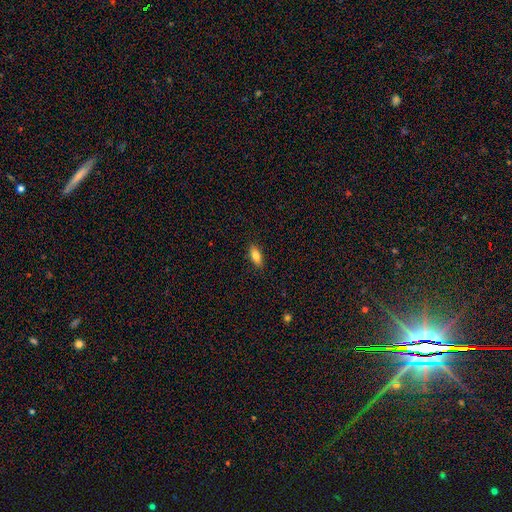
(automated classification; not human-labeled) A smooth galaxy with no disk features (80%) that is in between round and cigar-shaped (77%).

Vote fractions:
- Smooth or featured? smooth: 80% / featured or disk: 13% / star or artifact: 7%
- How rounded? in between: 77% / cigar-shaped: 21% / round: 3%
- Merging? none: 88% / minor disturbance: 9% / major disturbance: 2% / merger: 1%